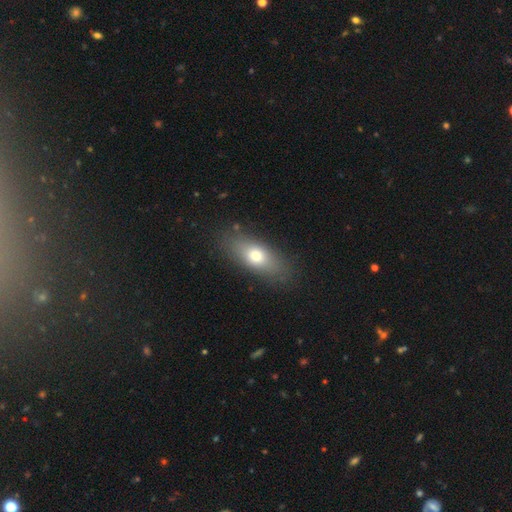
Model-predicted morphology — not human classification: Q: Smooth or featured?
A: smooth (73%); runner-up: featured or disk (20%)
Q: How rounded?
A: in between (74%); runner-up: cigar-shaped (21%)
Q: Merging?
A: none (84%); runner-up: minor disturbance (11%)